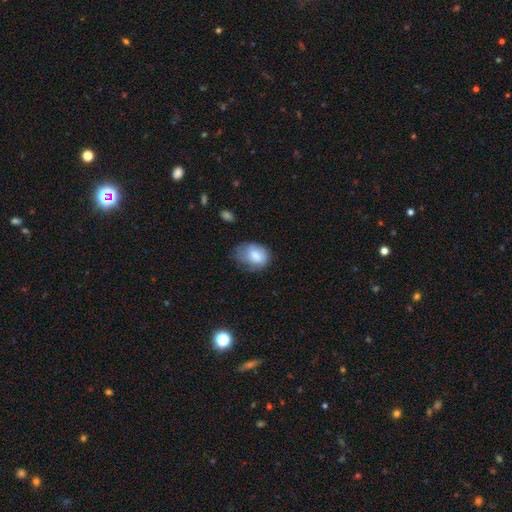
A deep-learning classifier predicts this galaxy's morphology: Q: Smooth or featured?
A: smooth (74%); runner-up: featured or disk (18%)
Q: How rounded?
A: in between (68%); runner-up: round (31%)
Q: Merging?
A: none (44%); runner-up: minor disturbance (36%)